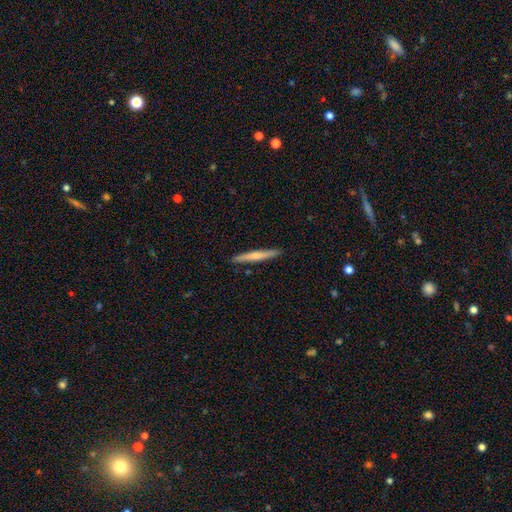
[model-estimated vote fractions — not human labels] Smooth or featured?
  - smooth: 52% *
  - featured or disk: 43%
  - star or artifact: 5%
How rounded?
  - cigar-shaped: 96% *
  - in between: 3%
  - round: 1%
Merging?
  - none: 91% *
  - minor disturbance: 6%
  - major disturbance: 1%
  - merger: 1%